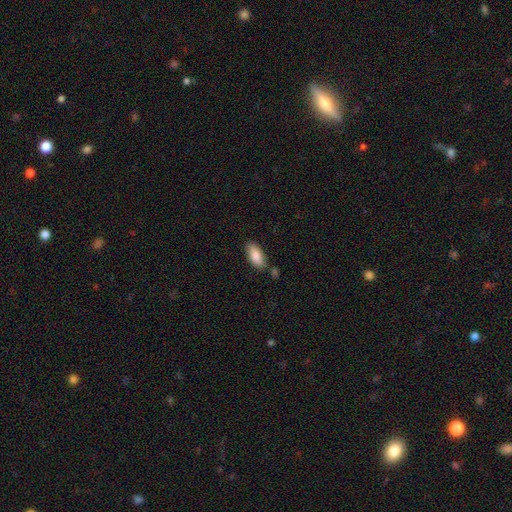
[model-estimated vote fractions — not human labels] This is clearly a smooth galaxy (86%). How rounded: clearly in between (85%). Merging: likely none (78%).